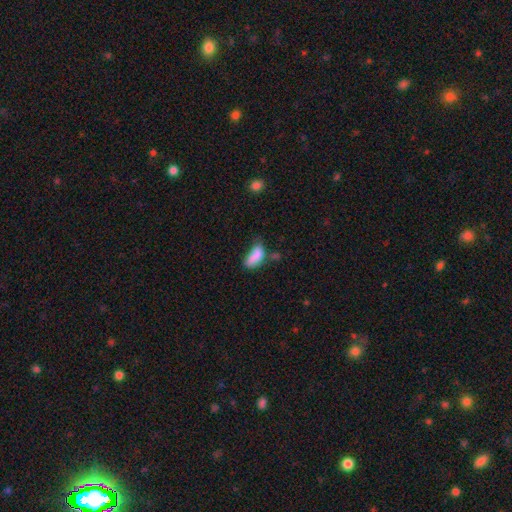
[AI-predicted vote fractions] A smooth galaxy with no disk features (81%) that is in between round and cigar-shaped (85%). Merging: minor disturbance (35%).